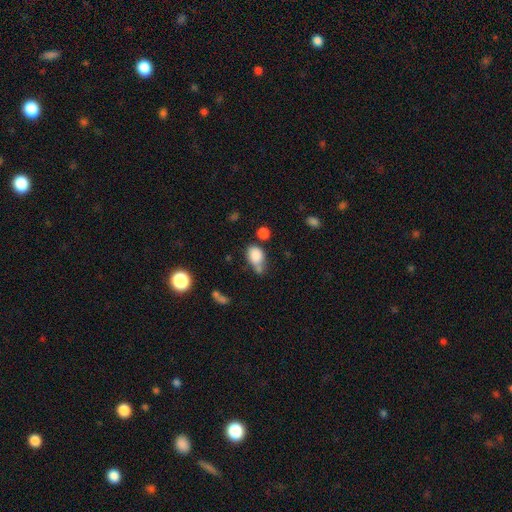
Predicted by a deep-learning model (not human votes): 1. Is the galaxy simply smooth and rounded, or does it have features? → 82% smooth, 10% star or artifact, 8% featured or disk.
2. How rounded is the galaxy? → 69% in between, 29% round, 2% cigar-shaped.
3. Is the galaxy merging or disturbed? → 38% none, 30% merger, 22% minor disturbance, 10% major disturbance.